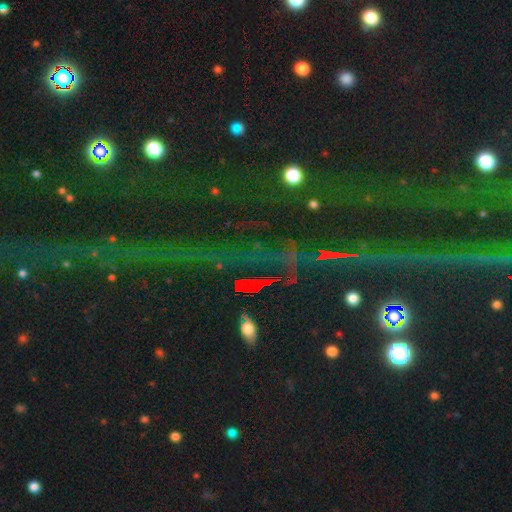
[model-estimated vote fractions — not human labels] Q: Smooth or featured?
A: star or artifact (74%); runner-up: smooth (14%)